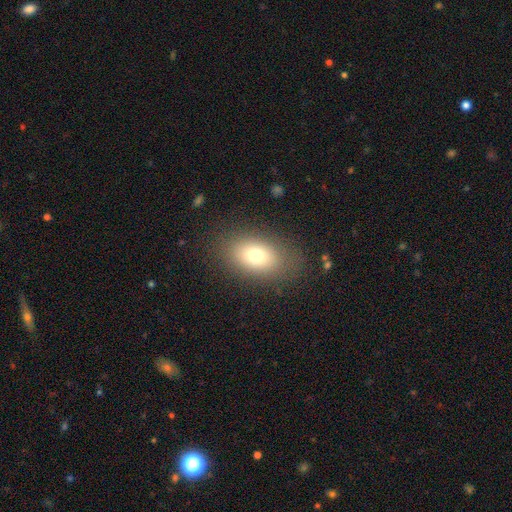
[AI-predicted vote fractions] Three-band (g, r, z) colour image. It shows a smooth galaxy with no disk features (74%) that is in between round and cigar-shaped (83%). Merging: none (81%).